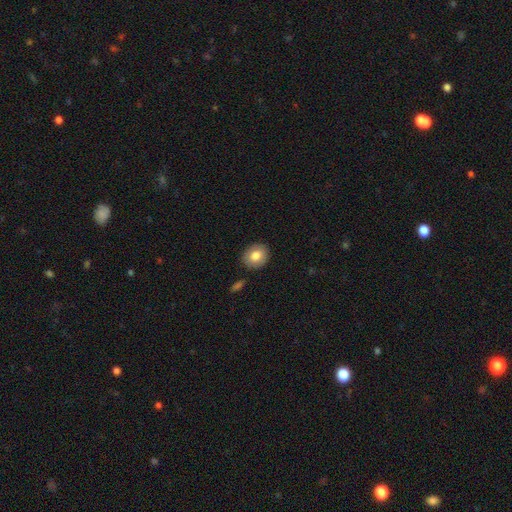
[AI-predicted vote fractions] The model was most divided on "how rounded": round: 60%, in between: 39%, cigar-shaped: 1%. More confident: merging — none (87%); smooth or featured — smooth (81%).